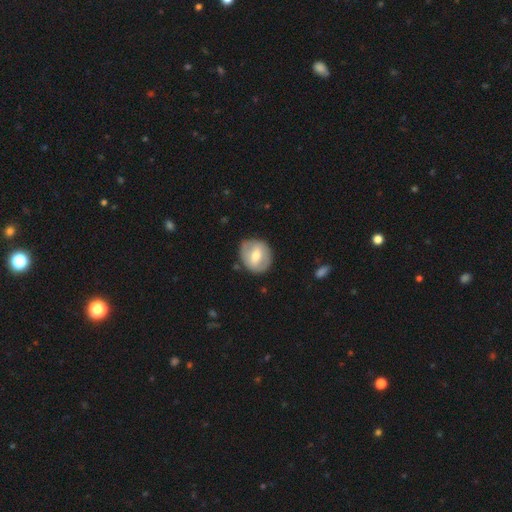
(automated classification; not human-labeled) smooth_or_featured: smooth (p=0.48) [alt: featured or disk p=0.46]
merging: none (p=0.81) [alt: minor disturbance p=0.14]